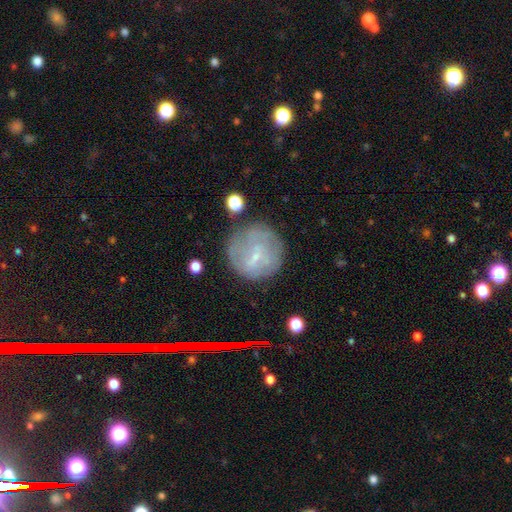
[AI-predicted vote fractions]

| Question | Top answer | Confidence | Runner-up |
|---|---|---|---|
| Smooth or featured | featured or disk | 47% | smooth (43%) |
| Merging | none | 63% | minor disturbance (20%) |